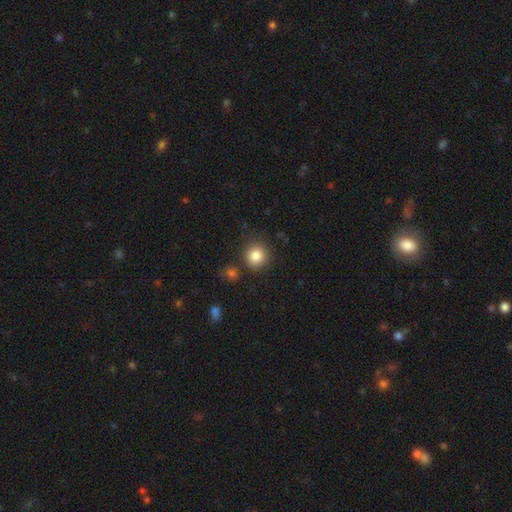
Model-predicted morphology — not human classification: This appears to be a smooth galaxy with no disk features (84%) that is round (91%). Merging: none (84%).